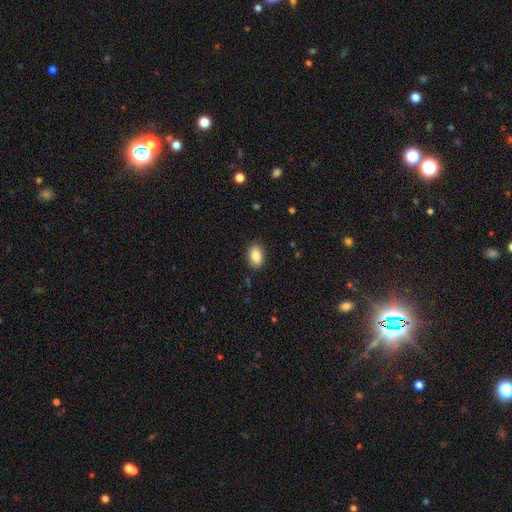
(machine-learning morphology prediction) type=smooth (86%); roundness=in between (90%); merging=none (86%).